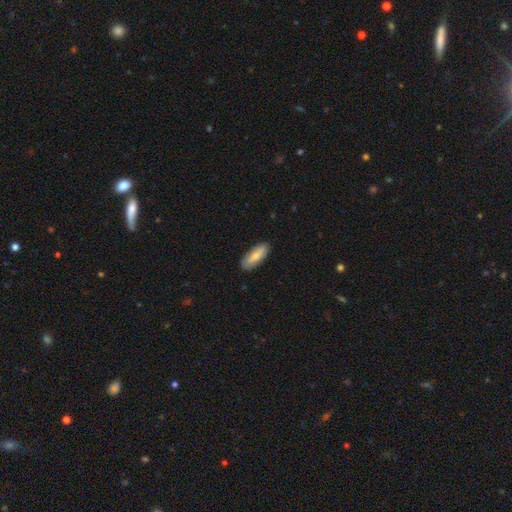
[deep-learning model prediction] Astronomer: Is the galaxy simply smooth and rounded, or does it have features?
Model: smooth — 72%.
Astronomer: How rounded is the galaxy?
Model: in between — 76%.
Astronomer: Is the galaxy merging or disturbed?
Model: none — 87%.